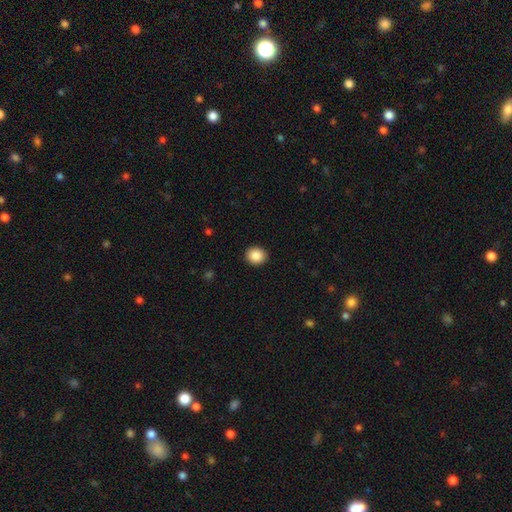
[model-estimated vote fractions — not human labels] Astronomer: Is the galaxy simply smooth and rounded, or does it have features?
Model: smooth — 88%.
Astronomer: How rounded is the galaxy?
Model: round — 80%.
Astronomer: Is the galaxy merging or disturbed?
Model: none — 92%.